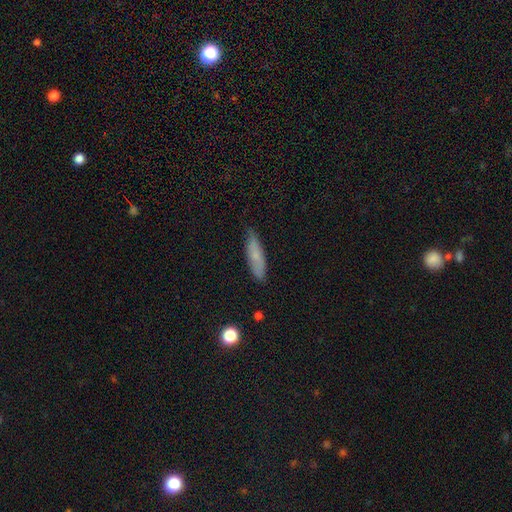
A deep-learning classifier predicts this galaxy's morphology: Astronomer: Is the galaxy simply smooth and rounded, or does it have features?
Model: smooth — 71%.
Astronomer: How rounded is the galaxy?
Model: cigar-shaped — 67%.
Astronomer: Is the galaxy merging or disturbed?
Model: none — 79%.